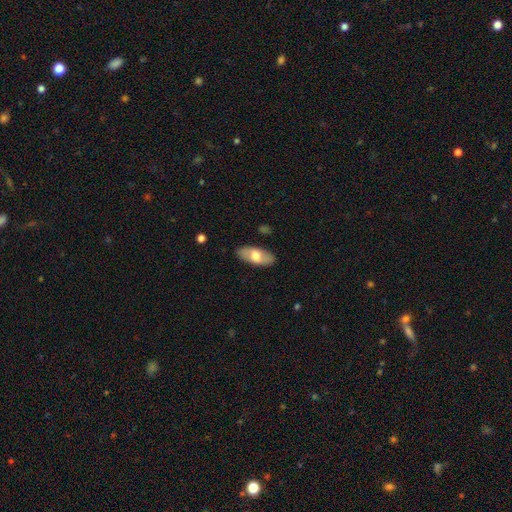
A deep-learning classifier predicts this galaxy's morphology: smooth 63%, featured or disk 31%, star or artifact 6%. Down the decision tree: how rounded — in between (88%); merging — none (86%).